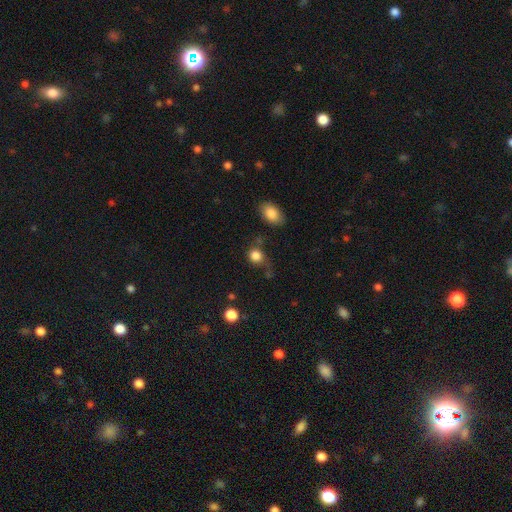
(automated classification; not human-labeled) Overall: smooth (82%). How rounded: round (78%). Merging: none (49%; minor disturbance 22%).